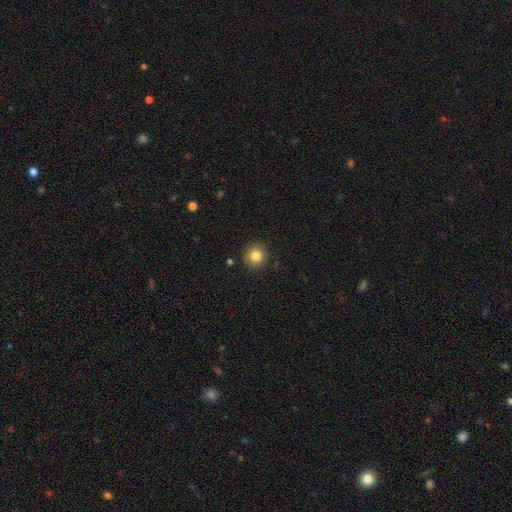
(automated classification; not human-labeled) smooth-or-featured: smooth: 83% | star or artifact: 11% | featured or disk: 6%
  how-rounded: round: 90% | in between: 9% | cigar-shaped: 1%
  merging: none: 90% | minor disturbance: 7% | major disturbance: 2% | merger: 1%